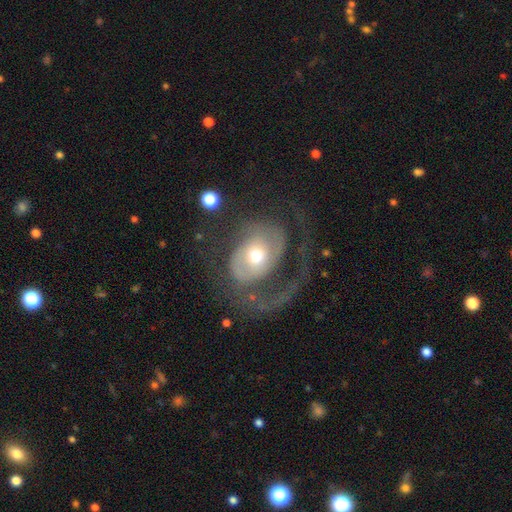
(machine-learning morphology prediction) type=featured or disk (69%); edge-on=no (96%); bar=no (71%); spiral arms=yes (79%); winding=loose (40%); arm count=1 (45%); bulge=moderate (65%); merging=major disturbance (51%).